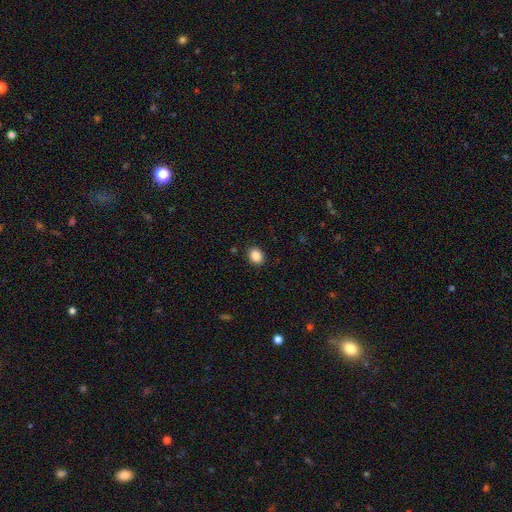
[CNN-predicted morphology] Smooth or featured: smooth — 87% (star or artifact — 9%)
How rounded: round — 52% (in between — 47%)
Merging: none — 90% (minor disturbance — 7%)